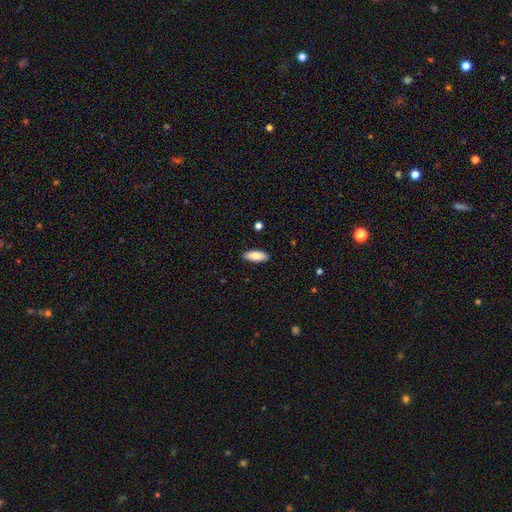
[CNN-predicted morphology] Smooth or featured? Predicted: smooth (p=0.85). How rounded? Predicted: in between (p=0.78). Merging? Predicted: none (p=0.89).